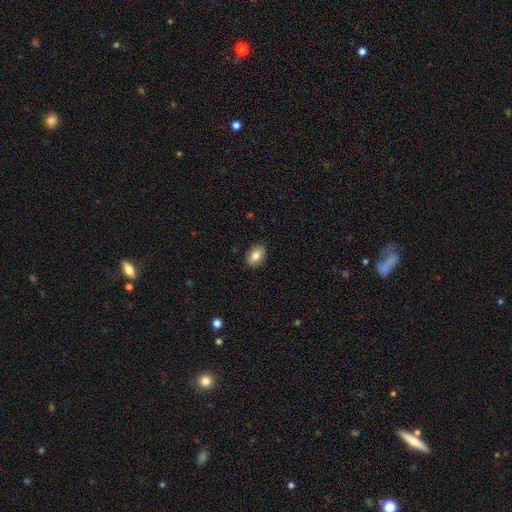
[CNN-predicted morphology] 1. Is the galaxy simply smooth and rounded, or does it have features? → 85% smooth, 8% star or artifact, 8% featured or disk.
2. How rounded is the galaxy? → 84% in between, 15% round, 1% cigar-shaped.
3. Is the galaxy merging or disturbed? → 89% none, 9% minor disturbance, 2% major disturbance, 1% merger.